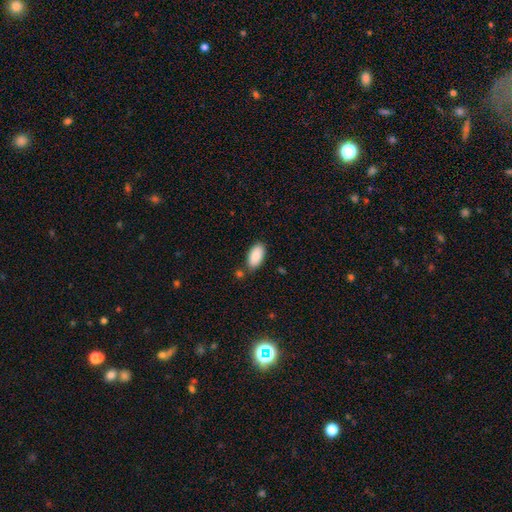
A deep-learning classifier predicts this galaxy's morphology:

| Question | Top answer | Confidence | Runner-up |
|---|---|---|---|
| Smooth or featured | smooth | 89% | star or artifact (6%) |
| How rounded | in between | 94% | cigar-shaped (4%) |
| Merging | none | 78% | minor disturbance (12%) |